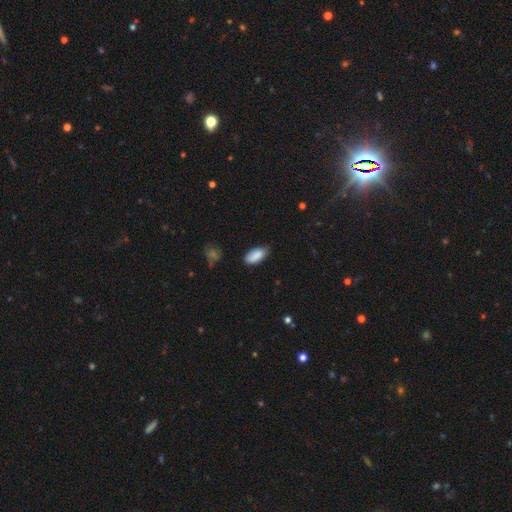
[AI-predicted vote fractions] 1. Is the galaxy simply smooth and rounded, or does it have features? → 88% smooth, 7% star or artifact, 5% featured or disk.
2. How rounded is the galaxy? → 91% in between, 7% cigar-shaped, 2% round.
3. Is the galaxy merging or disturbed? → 71% none, 24% minor disturbance, 4% major disturbance, 2% merger.